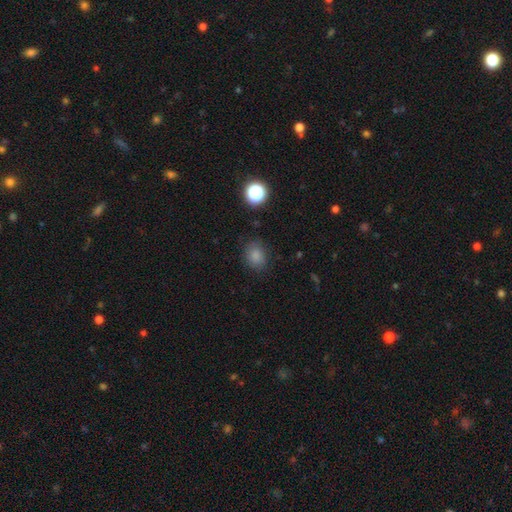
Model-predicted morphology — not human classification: Q: Smooth or featured?
A: smooth (82%); runner-up: star or artifact (13%)
Q: How rounded?
A: round (50%); runner-up: in between (49%)
Q: Merging?
A: none (79%); runner-up: minor disturbance (15%)